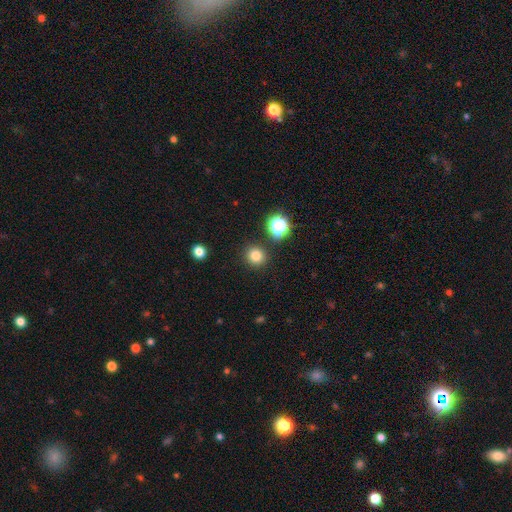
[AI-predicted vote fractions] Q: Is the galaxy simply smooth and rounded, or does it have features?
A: smooth — 80%.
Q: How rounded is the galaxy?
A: round — 92%.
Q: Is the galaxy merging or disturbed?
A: none — 89%.